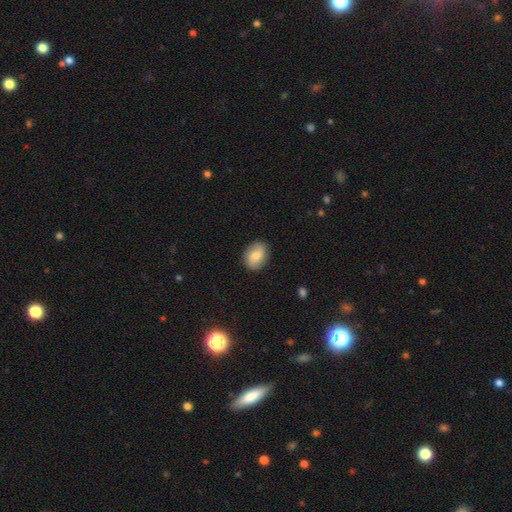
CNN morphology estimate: Smooth or featured? smooth (57%)
How rounded? in between (62%)
Merging? none (86%)